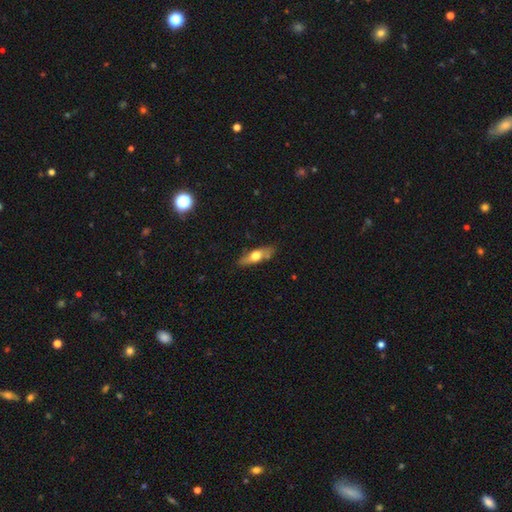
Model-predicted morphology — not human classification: Smooth or featured? smooth (53%)
How rounded? in between (53%)
Merging? none (80%)